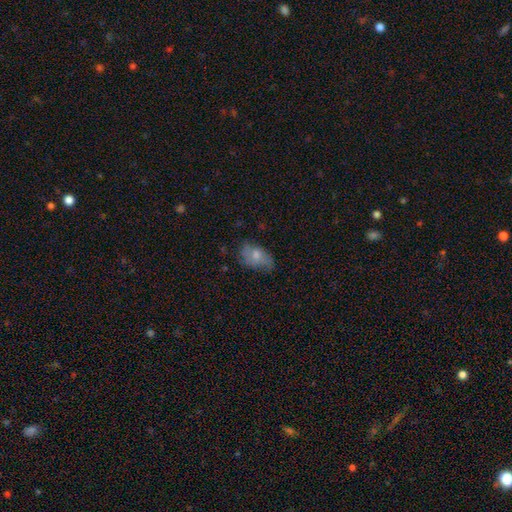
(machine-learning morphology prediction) smooth 67%, featured or disk 24%, star or artifact 9%. Down the decision tree: how rounded — in between (88%); merging — none (48%).